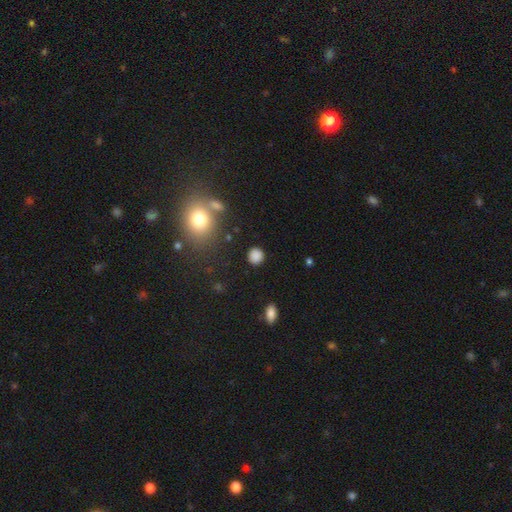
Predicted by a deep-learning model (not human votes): A smooth galaxy with no disk features (84%) that is round (86%).

Vote fractions:
- Smooth or featured? smooth: 84% / star or artifact: 11% / featured or disk: 4%
- How rounded? round: 86% / in between: 13% / cigar-shaped: 1%
- Merging? none: 86% / minor disturbance: 8% / major disturbance: 3% / merger: 3%